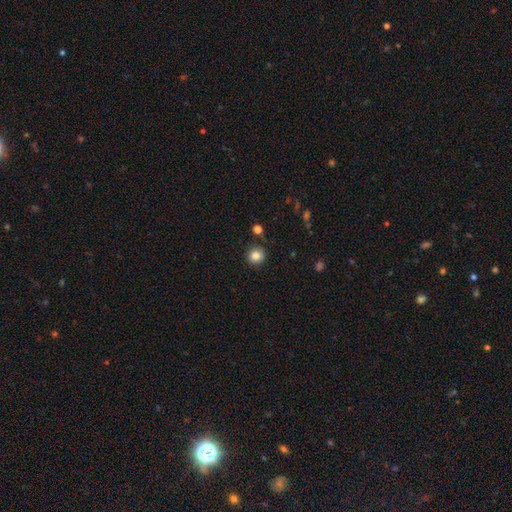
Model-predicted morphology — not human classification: A smooth galaxy with no disk features (85%) that is round (91%). Merging: none (87%).